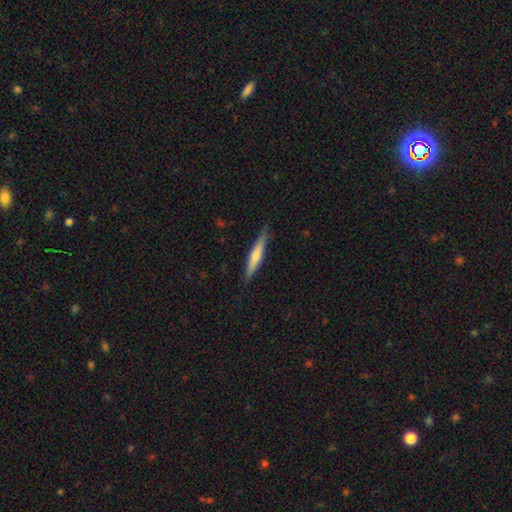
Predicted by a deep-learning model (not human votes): The model was most divided on "smooth or featured": smooth: 58%, featured or disk: 37%, star or artifact: 6%. More confident: how rounded — cigar-shaped (91%); merging — none (85%).